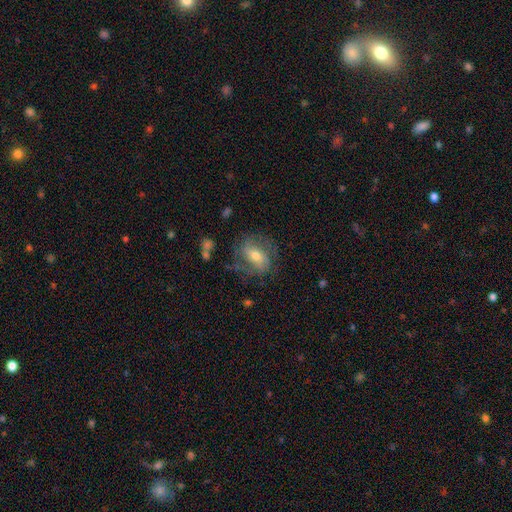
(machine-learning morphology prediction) smooth-or-featured: featured or disk: 57% | smooth: 35% | star or artifact: 9%
  disk-edge-on: no: 94% | yes: 6%
    bar: weak: 38% | no: 37% | strong: 25%
    has-spiral-arms: yes: 75% | no: 25%
    bulge-size: moderate: 59% | small: 33% | large: 6% | none: 1% | dominant: 1%
  merging: none: 64% | minor disturbance: 20% | major disturbance: 14% | merger: 2%